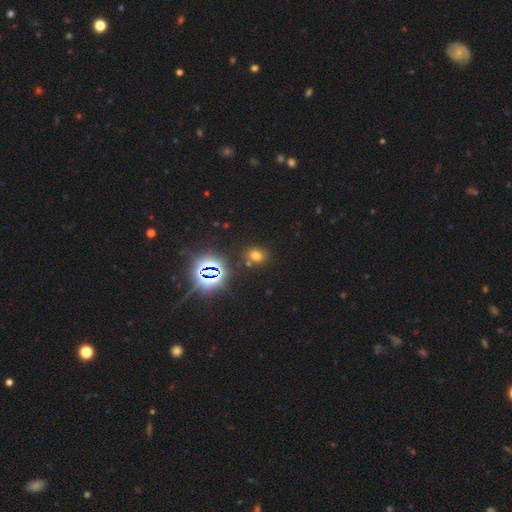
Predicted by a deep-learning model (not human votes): Smooth or featured: smooth — 61% (star or artifact — 32%)
How rounded: in between — 55% (round — 44%)
Merging: none — 80% (minor disturbance — 10%)